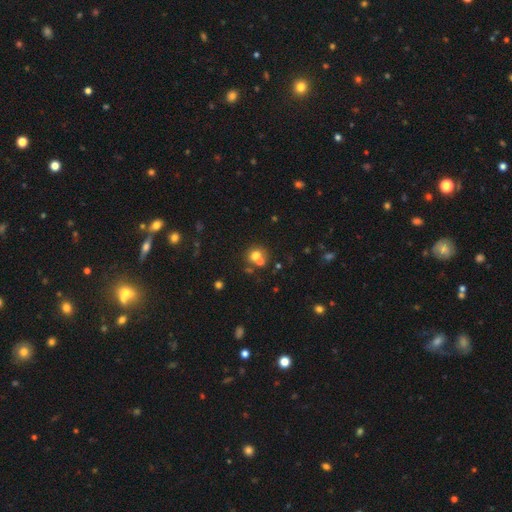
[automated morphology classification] Q: Smooth or featured?
A: smooth (65%); runner-up: star or artifact (18%)
Q: How rounded?
A: round (76%); runner-up: in between (23%)
Q: Merging?
A: none (45%); runner-up: merger (44%)